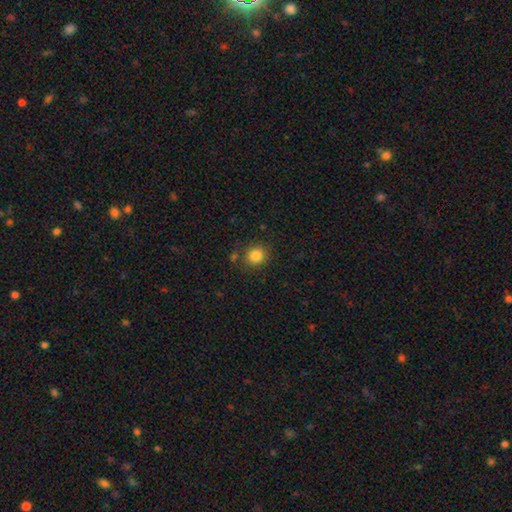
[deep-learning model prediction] smooth-or-featured: smooth: 84% | star or artifact: 11% | featured or disk: 5%
  how-rounded: round: 85% | in between: 15% | cigar-shaped: 1%
  merging: none: 82% | minor disturbance: 10% | merger: 4% | major disturbance: 3%